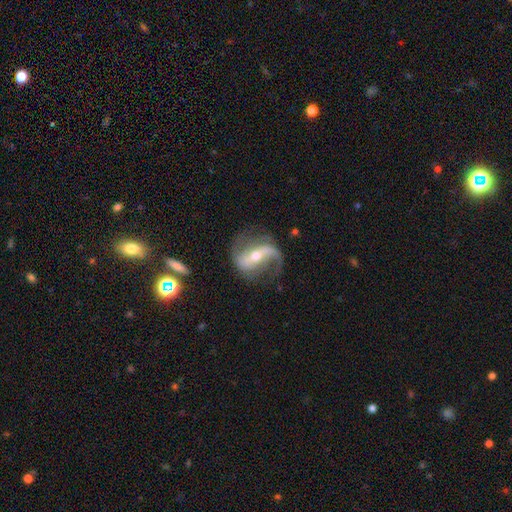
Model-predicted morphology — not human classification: Smooth or featured: featured or disk — 87% (smooth — 7%)
Edge-on disk: no — 95% (yes — 5%)
Bar: strong — 53% (weak — 31%)
Spiral arms: yes — 95% (no — 5%)
Spiral winding: loose — 55% (medium — 36%)
Spiral arm count: 2 — 80% (1 — 13%)
Bulge size: moderate — 49% (small — 47%)
Merging: none — 64% (minor disturbance — 18%)